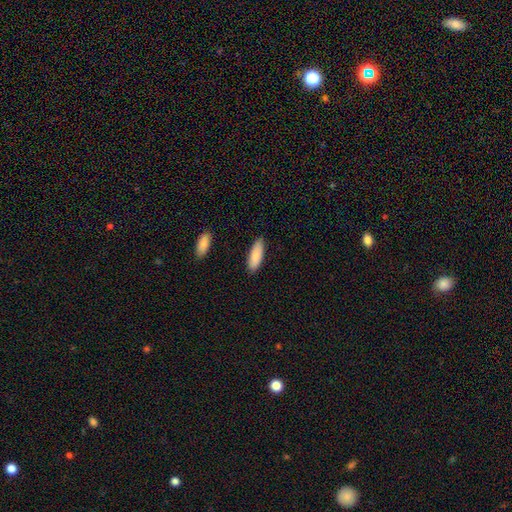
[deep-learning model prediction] The model was most divided on "how rounded": in between: 63%, cigar-shaped: 36%, round: 2%. More confident: smooth or featured — smooth (86%); merging — none (85%).